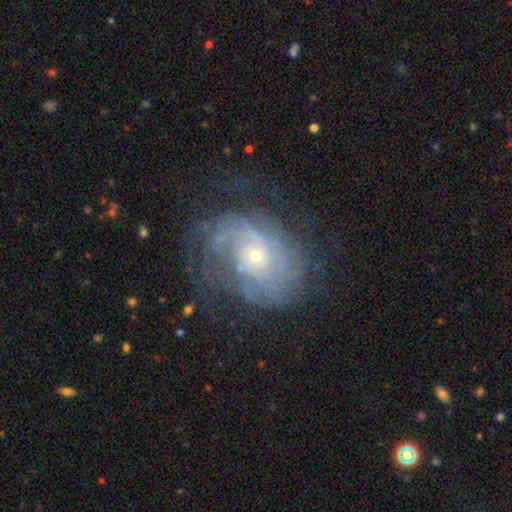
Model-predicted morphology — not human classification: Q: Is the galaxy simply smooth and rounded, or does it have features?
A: featured or disk — 85%.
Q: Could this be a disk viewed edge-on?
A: no — 97%.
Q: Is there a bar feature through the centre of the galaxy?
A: no — 78%.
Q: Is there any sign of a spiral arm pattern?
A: yes — 95%.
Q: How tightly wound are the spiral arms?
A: tight — 66%.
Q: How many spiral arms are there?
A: can't tell — 38%.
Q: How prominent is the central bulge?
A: small — 77%.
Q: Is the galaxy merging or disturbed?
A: none — 66%.